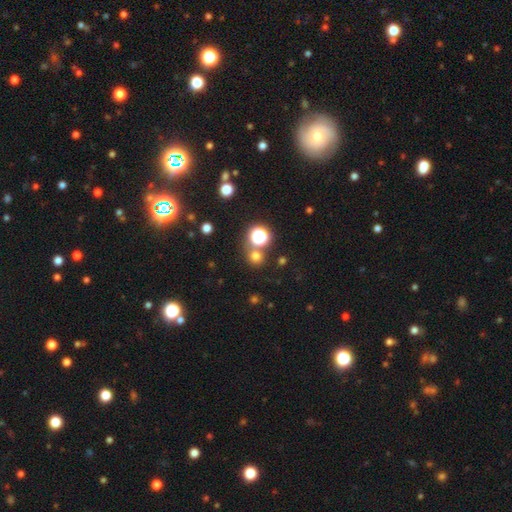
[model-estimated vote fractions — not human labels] smooth_or_featured: smooth (p=0.66) [alt: star or artifact p=0.28]
how_rounded: round (p=0.90) [alt: in between p=0.09]
merging: none (p=0.74) [alt: merger p=0.16]